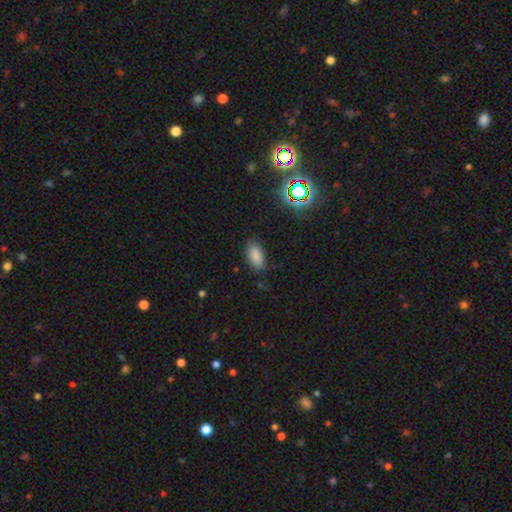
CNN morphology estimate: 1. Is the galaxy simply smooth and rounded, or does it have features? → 83% smooth, 12% star or artifact, 5% featured or disk.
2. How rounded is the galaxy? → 91% in between, 5% cigar-shaped, 4% round.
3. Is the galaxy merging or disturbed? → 81% none, 14% minor disturbance, 3% major disturbance, 1% merger.